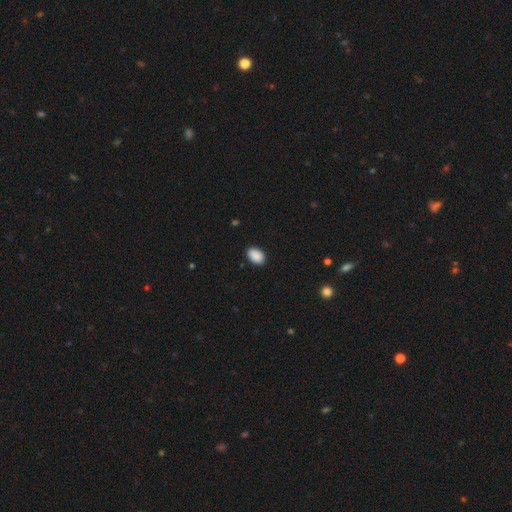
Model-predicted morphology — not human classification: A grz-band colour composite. It shows a smooth galaxy with no disk features (90%) that is in between round and cigar-shaped (86%). Merging: none (89%).